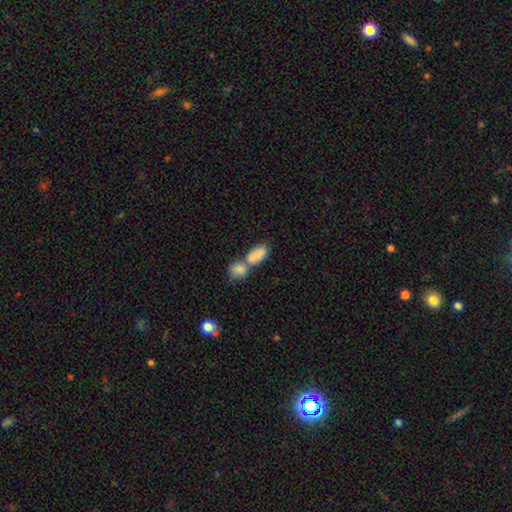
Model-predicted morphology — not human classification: The model was most divided on "merging": merger: 62%, none: 27%, minor disturbance: 8%, major disturbance: 4%. More confident: how rounded — in between (87%); smooth or featured — smooth (86%).